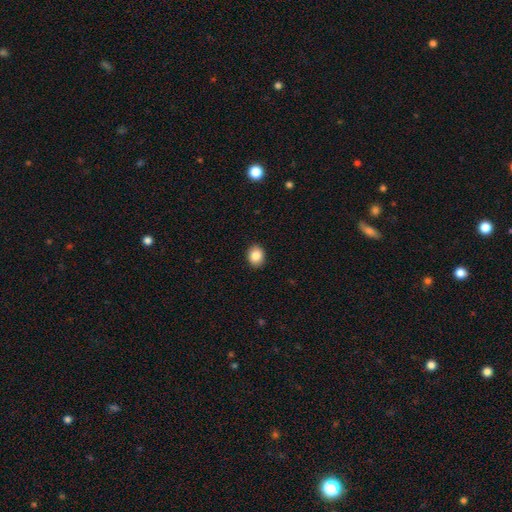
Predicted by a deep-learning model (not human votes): smooth-or-featured: smooth: 87% | star or artifact: 8% | featured or disk: 5%
  how-rounded: in between: 52% | round: 47% | cigar-shaped: 1%
  merging: none: 91% | minor disturbance: 6% | major disturbance: 2% | merger: 1%